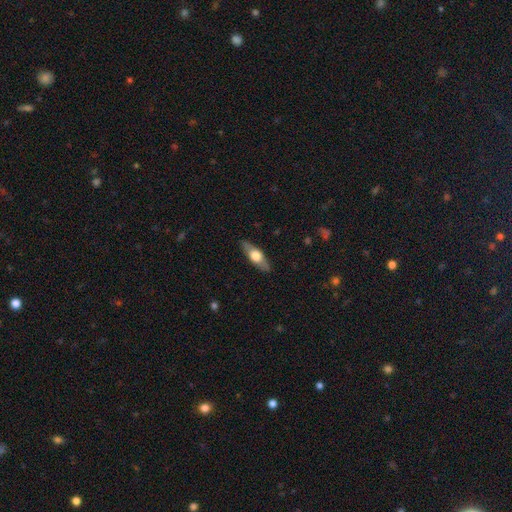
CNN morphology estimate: type=featured or disk (48%); merging=none (86%).